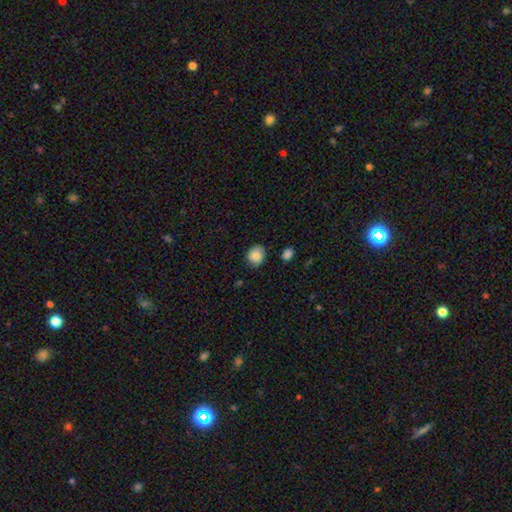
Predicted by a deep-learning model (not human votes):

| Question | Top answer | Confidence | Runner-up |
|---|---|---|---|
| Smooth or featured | smooth | 81% | featured or disk (10%) |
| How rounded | round | 65% | in between (34%) |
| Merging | none | 76% | minor disturbance (18%) |